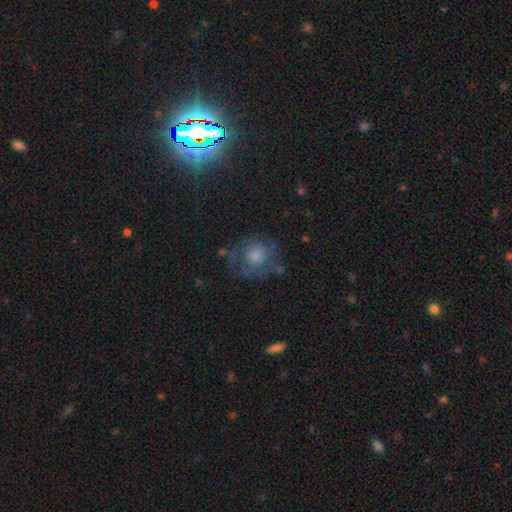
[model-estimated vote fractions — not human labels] Smooth or featured?
  - featured or disk: 42% *
  - smooth: 37%
  - star or artifact: 20%
Merging?
  - none: 65% *
  - minor disturbance: 19%
  - major disturbance: 14%
  - merger: 3%